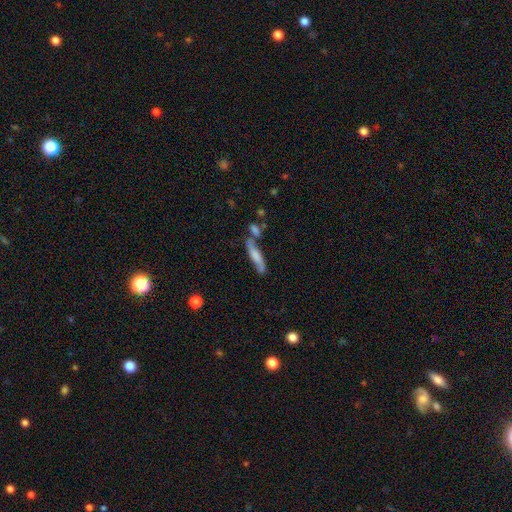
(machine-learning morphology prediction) This appears to be a smooth galaxy with no disk features (53%) that is cigar-shaped (76%). Merging: none (47%).